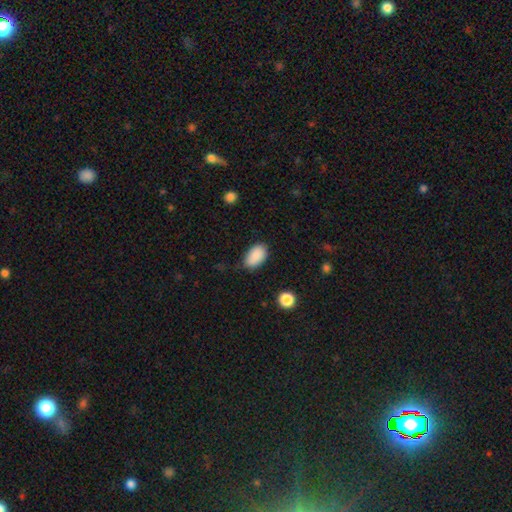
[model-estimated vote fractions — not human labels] Smooth or featured: smooth — 89% (star or artifact — 7%)
How rounded: in between — 93% (round — 5%)
Merging: none — 77% (minor disturbance — 18%)